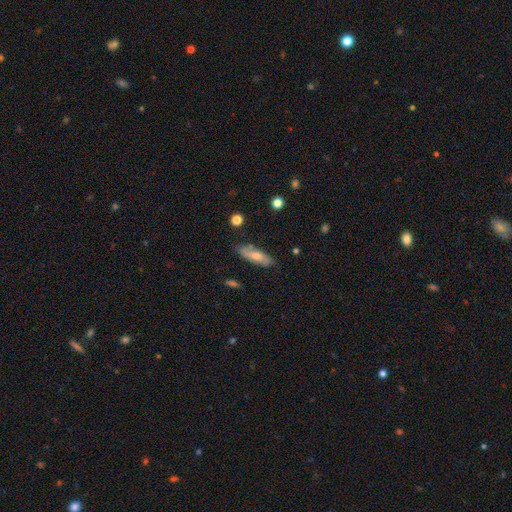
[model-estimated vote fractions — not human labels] Morphology: type=smooth (66%); roundness=in between (54%); merging=none (79%).